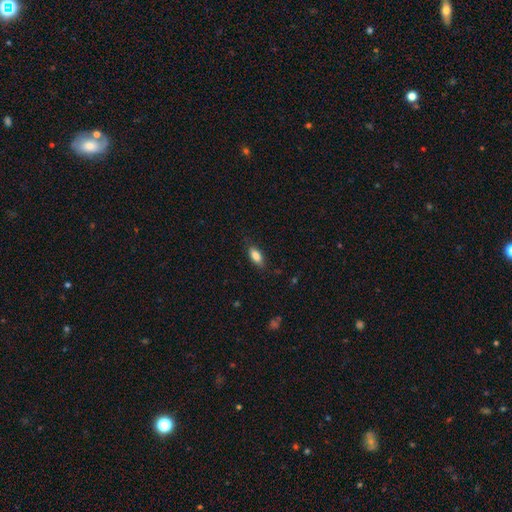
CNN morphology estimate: type=smooth (84%); roundness=in between (84%); merging=none (80%).